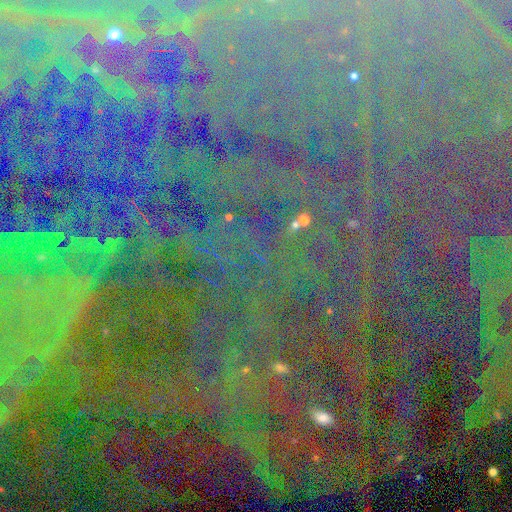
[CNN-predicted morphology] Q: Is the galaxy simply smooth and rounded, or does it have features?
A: star or artifact — 86%.